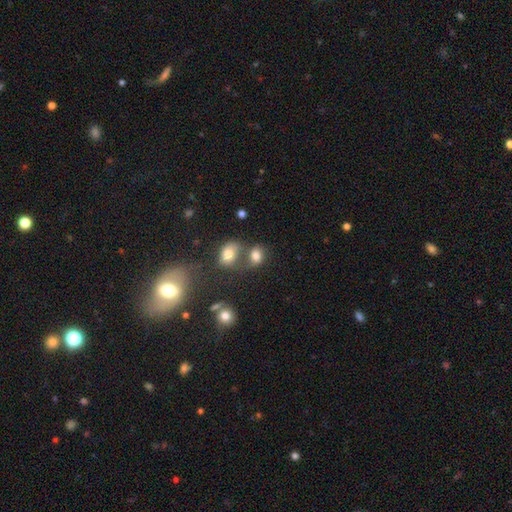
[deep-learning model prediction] This appears to be a smooth galaxy with no disk features (77%) that is in between round and cigar-shaped (66%). Merging: none (43%).